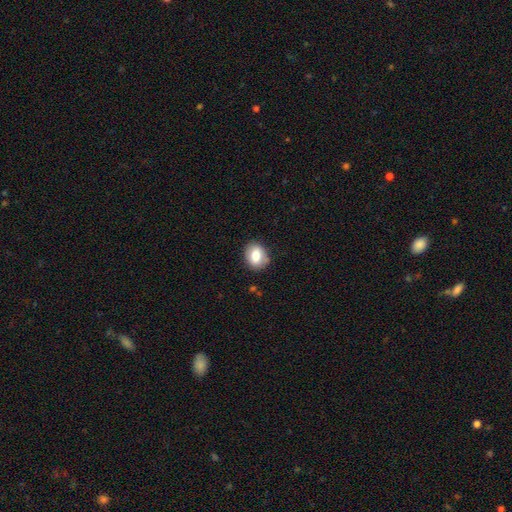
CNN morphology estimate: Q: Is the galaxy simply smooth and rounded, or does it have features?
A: smooth — 76%.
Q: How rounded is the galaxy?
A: in between — 51%.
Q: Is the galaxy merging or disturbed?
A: none — 82%.